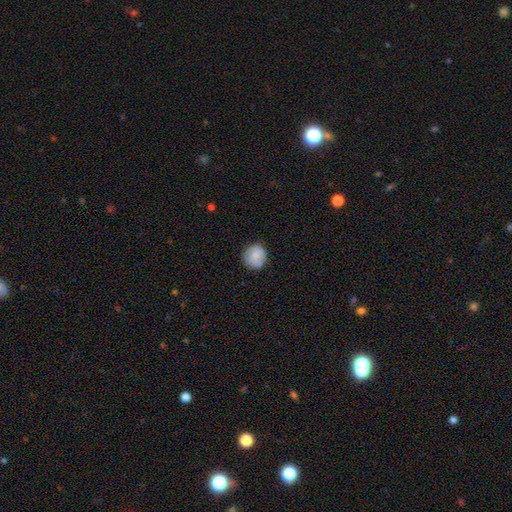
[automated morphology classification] smooth 76%, featured or disk 17%, star or artifact 7%. Down the decision tree: how rounded — round (92%); merging — none (84%).